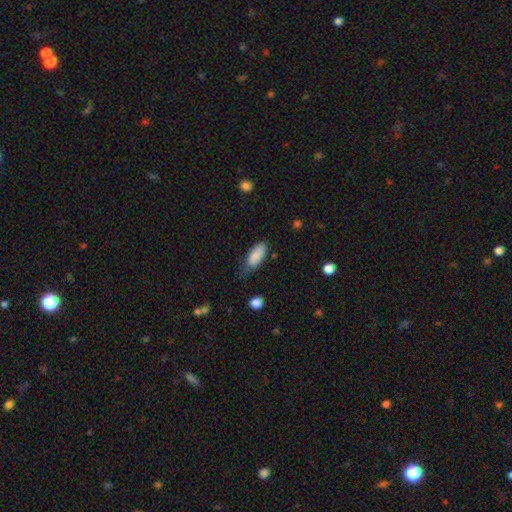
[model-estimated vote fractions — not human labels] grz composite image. It shows a smooth galaxy with no disk features (87%) that is in between round and cigar-shaped (85%). Merging: none (47%).